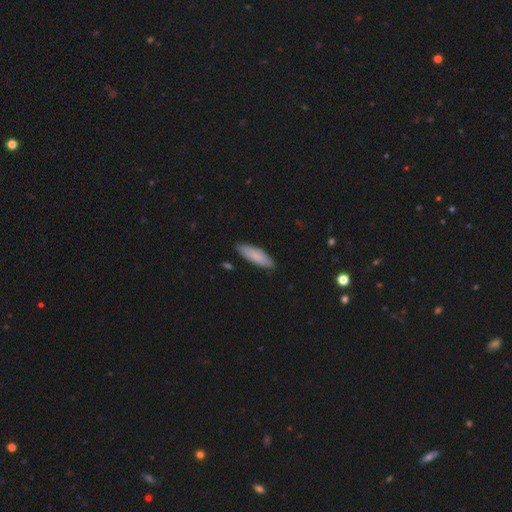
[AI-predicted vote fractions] A smooth galaxy with no disk features (84%) that is cigar-shaped (53%). Merging: none (87%).